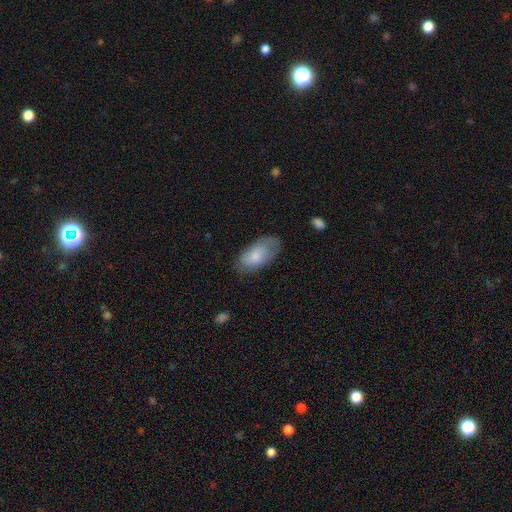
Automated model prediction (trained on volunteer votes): smooth_or_featured: smooth (p=0.71) [alt: featured or disk p=0.23]
how_rounded: in between (p=0.94) [alt: cigar-shaped p=0.03]
merging: none (p=0.65) [alt: minor disturbance p=0.25]